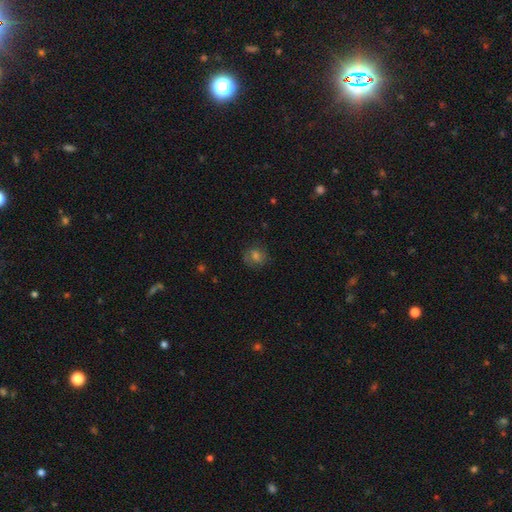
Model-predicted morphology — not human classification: A smooth galaxy with no disk features (58%) that is round (75%).

Vote fractions:
- Smooth or featured? smooth: 58% / featured or disk: 21% / star or artifact: 21%
- How rounded? round: 75% / in between: 24% / cigar-shaped: 1%
- Merging? none: 78% / minor disturbance: 15% / major disturbance: 6% / merger: 1%